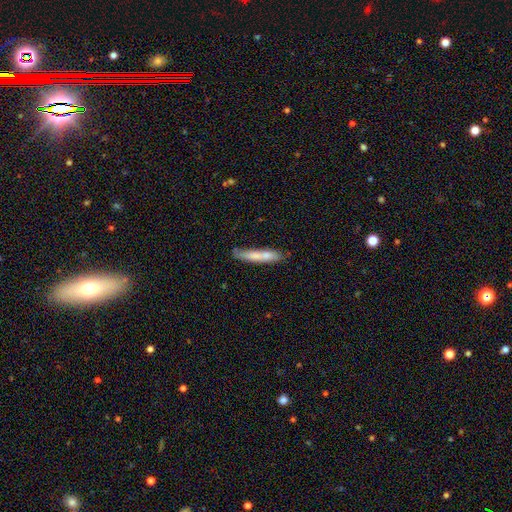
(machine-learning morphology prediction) A smooth galaxy with no disk features (64%) that is cigar-shaped (91%).

Vote fractions:
- Smooth or featured? smooth: 64% / featured or disk: 29% / star or artifact: 7%
- How rounded? cigar-shaped: 91% / in between: 7% / round: 1%
- Merging? none: 67% / minor disturbance: 21% / merger: 7% / major disturbance: 5%